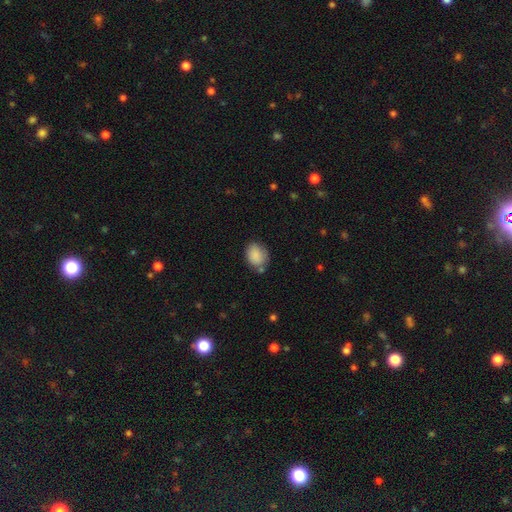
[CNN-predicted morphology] A smooth galaxy with no disk features (87%) that is in between round and cigar-shaped (61%).

Vote fractions:
- Smooth or featured? smooth: 87% / star or artifact: 7% / featured or disk: 6%
- How rounded? in between: 61% / round: 38% / cigar-shaped: 1%
- Merging? none: 66% / minor disturbance: 22% / merger: 7% / major disturbance: 5%